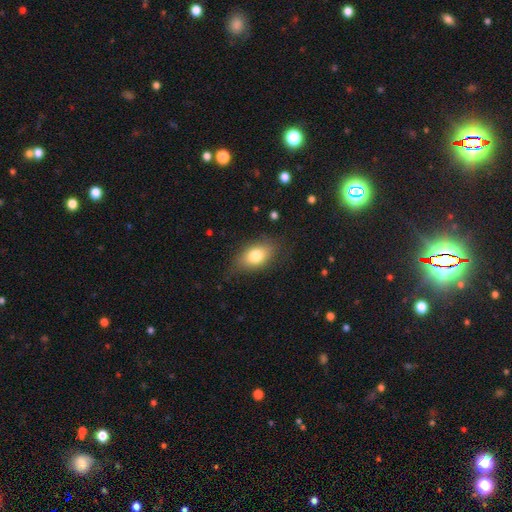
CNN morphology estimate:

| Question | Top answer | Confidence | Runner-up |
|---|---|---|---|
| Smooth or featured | smooth | 78% | featured or disk (14%) |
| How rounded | in between | 86% | round (11%) |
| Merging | none | 75% | minor disturbance (19%) |